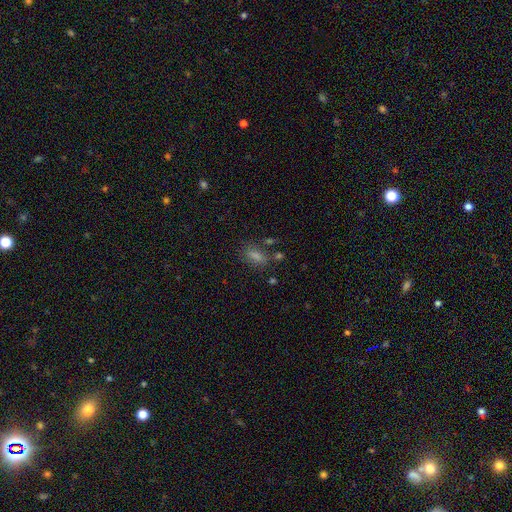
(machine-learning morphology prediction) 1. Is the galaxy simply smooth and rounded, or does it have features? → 60% smooth, 28% star or artifact, 12% featured or disk.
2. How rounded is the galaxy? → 74% in between, 13% round, 13% cigar-shaped.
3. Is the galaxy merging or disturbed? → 70% none, 14% minor disturbance, 9% merger, 6% major disturbance.